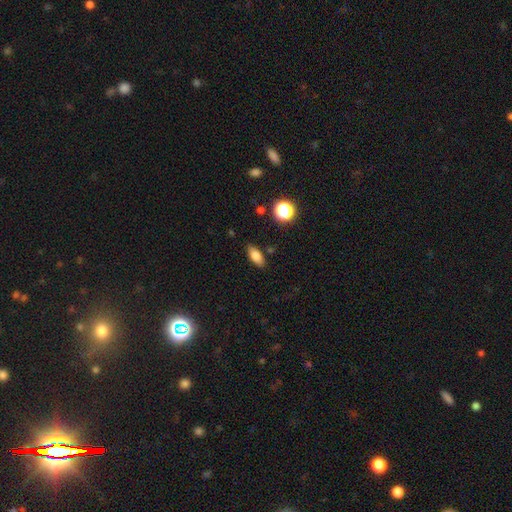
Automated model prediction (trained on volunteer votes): This appears to be a smooth galaxy with no disk features (79%) that is in between round and cigar-shaped (81%). Merging: none (86%).